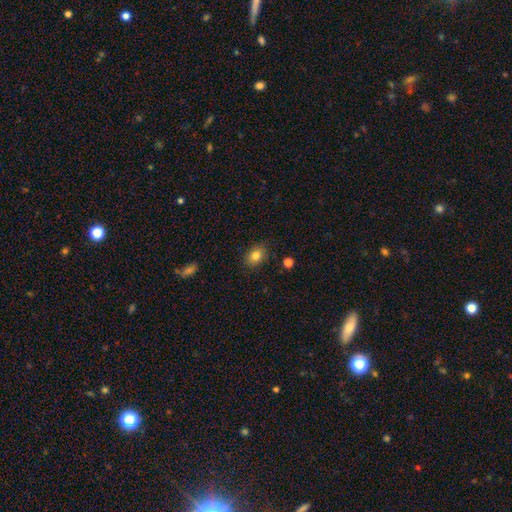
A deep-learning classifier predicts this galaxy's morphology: Smooth or featured: smooth — 82% (star or artifact — 10%)
How rounded: in between — 70% (round — 29%)
Merging: none — 86% (minor disturbance — 11%)